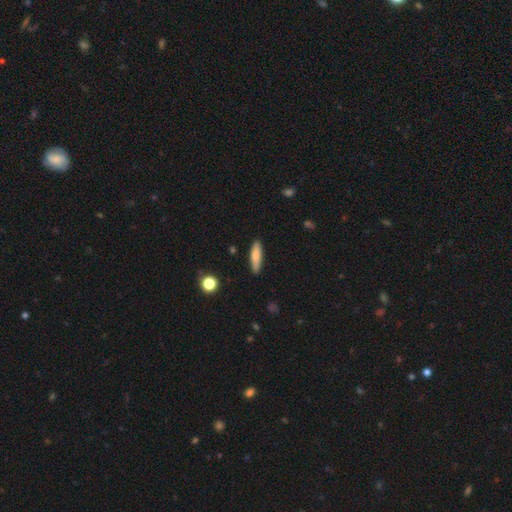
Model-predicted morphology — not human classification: A smooth galaxy with no disk features (78%) that is cigar-shaped (73%).

Vote fractions:
- Smooth or featured? smooth: 78% / featured or disk: 16% / star or artifact: 6%
- How rounded? cigar-shaped: 73% / in between: 25% / round: 2%
- Merging? none: 88% / minor disturbance: 9% / major disturbance: 2% / merger: 1%